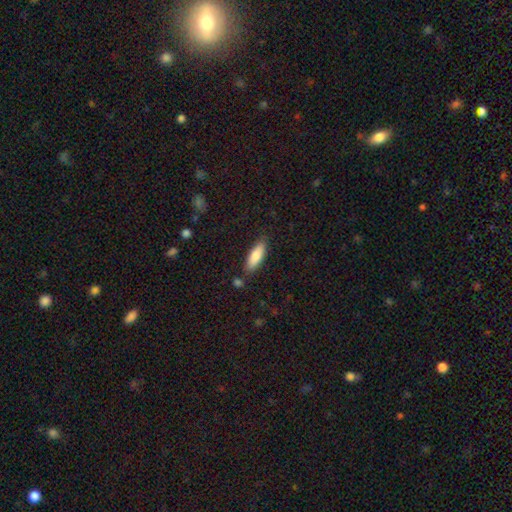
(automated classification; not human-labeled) Smooth or featured?
  - smooth: 80% *
  - featured or disk: 14%
  - star or artifact: 6%
How rounded?
  - in between: 56% *
  - cigar-shaped: 42%
  - round: 2%
Merging?
  - none: 82% *
  - minor disturbance: 12%
  - merger: 4%
  - major disturbance: 2%